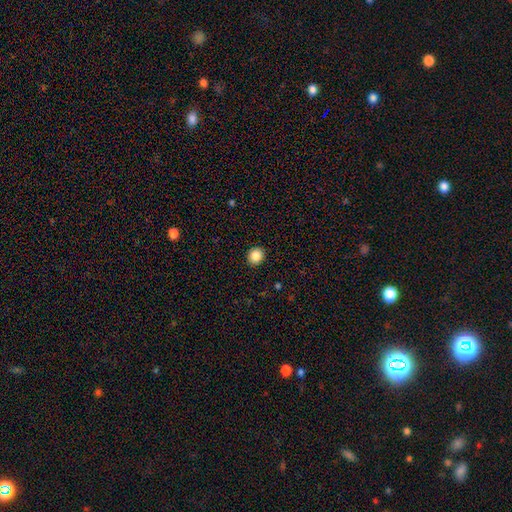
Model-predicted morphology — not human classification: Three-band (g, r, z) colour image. It shows a smooth galaxy with no disk features (86%) that is round (75%). Merging: none (91%).